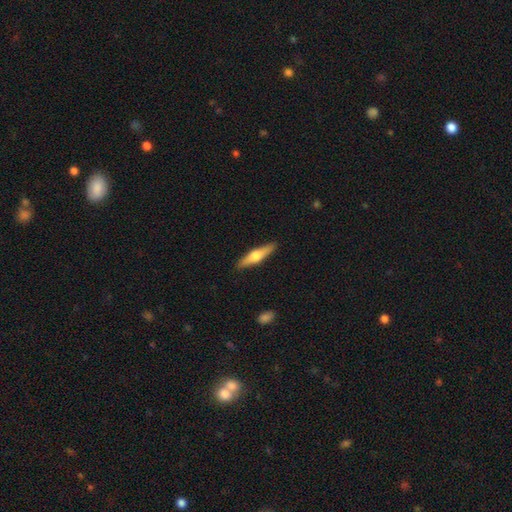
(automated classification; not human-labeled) Smooth or featured? Predicted: featured or disk (p=0.57). Edge-on disk? Predicted: yes (p=0.96). Edge-on bulge? Predicted: rounded (p=0.94). Merging? Predicted: none (p=0.90).